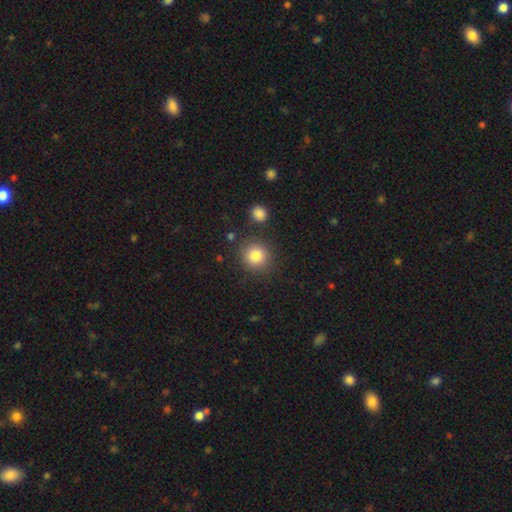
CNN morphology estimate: smooth_or_featured: smooth (p=0.84) [alt: star or artifact p=0.10]
how_rounded: round (p=0.91) [alt: in between p=0.08]
merging: none (p=0.84) [alt: minor disturbance p=0.08]